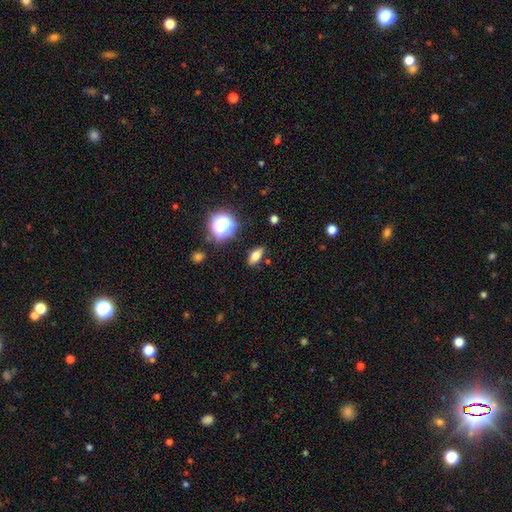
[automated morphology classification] A smooth galaxy with no disk features (69%) that is in between round and cigar-shaped (72%).

Vote fractions:
- Smooth or featured? smooth: 69% / featured or disk: 18% / star or artifact: 13%
- How rounded? in between: 72% / cigar-shaped: 18% / round: 11%
- Merging? none: 86% / minor disturbance: 10% / major disturbance: 3% / merger: 2%